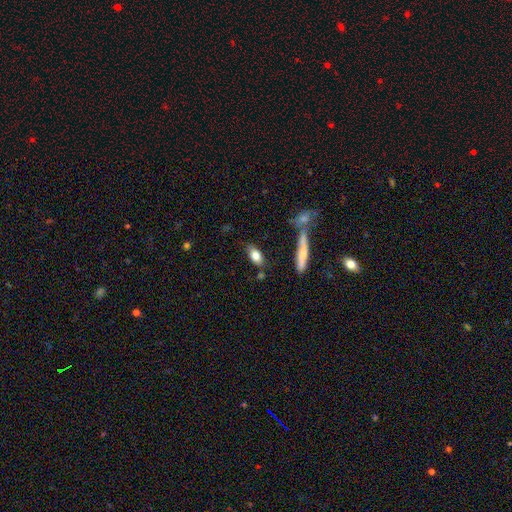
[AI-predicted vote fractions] Smooth or featured?
  - smooth: 78% *
  - featured or disk: 15%
  - star or artifact: 7%
How rounded?
  - in between: 82% *
  - cigar-shaped: 13%
  - round: 5%
Merging?
  - none: 74% *
  - minor disturbance: 14%
  - merger: 8%
  - major disturbance: 4%